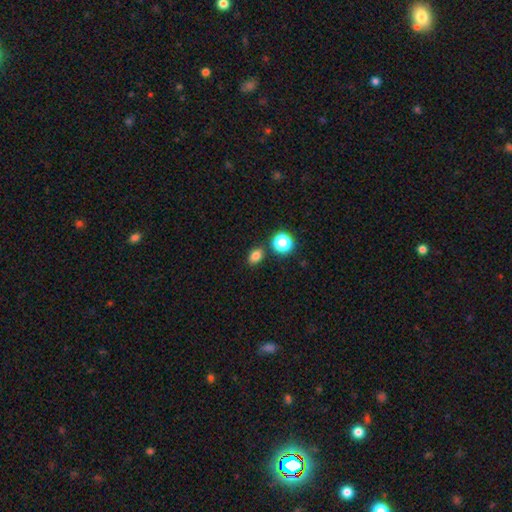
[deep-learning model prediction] Smooth or featured: smooth — 79% (star or artifact — 15%)
How rounded: in between — 68% (round — 30%)
Merging: none — 80% (minor disturbance — 10%)